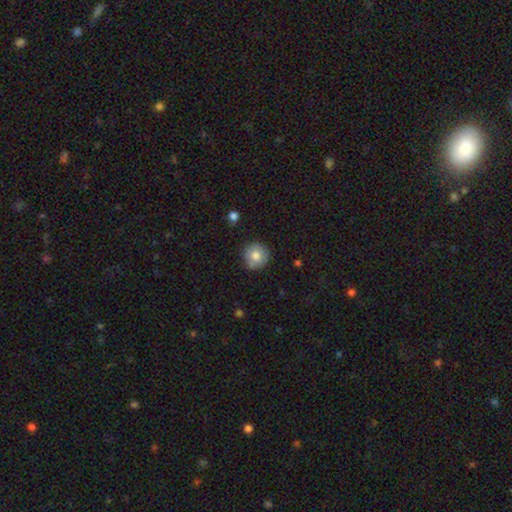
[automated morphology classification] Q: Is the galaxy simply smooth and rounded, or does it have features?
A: smooth — 79%.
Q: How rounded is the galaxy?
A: round — 94%.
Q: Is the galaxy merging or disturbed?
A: none — 83%.